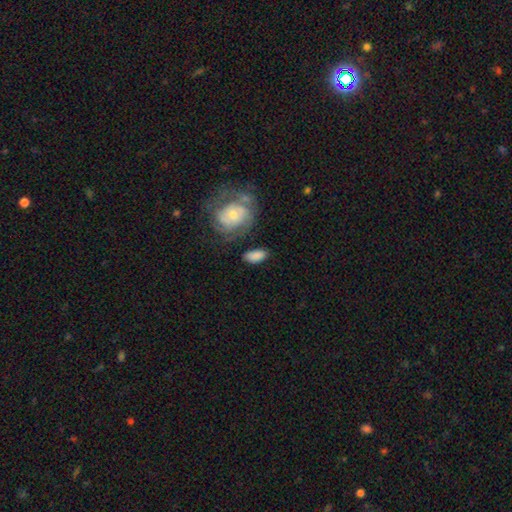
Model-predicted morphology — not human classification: Q: Smooth or featured?
A: smooth (78%); runner-up: featured or disk (16%)
Q: How rounded?
A: in between (89%); runner-up: round (5%)
Q: Merging?
A: none (69%); runner-up: minor disturbance (17%)